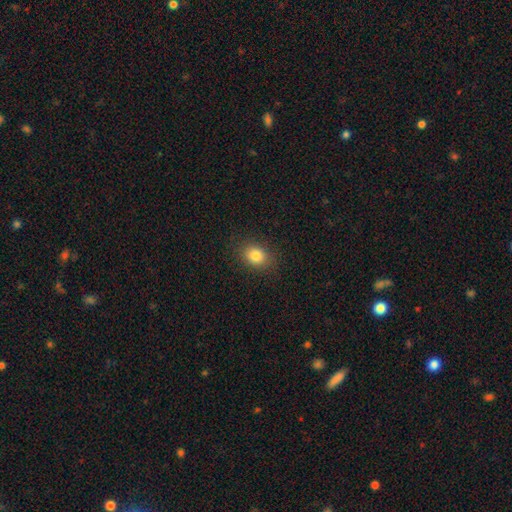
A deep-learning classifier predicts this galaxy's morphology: Smooth or featured? Predicted: smooth (p=0.83). How rounded? Predicted: in between (p=0.53). Merging? Predicted: none (p=0.87).